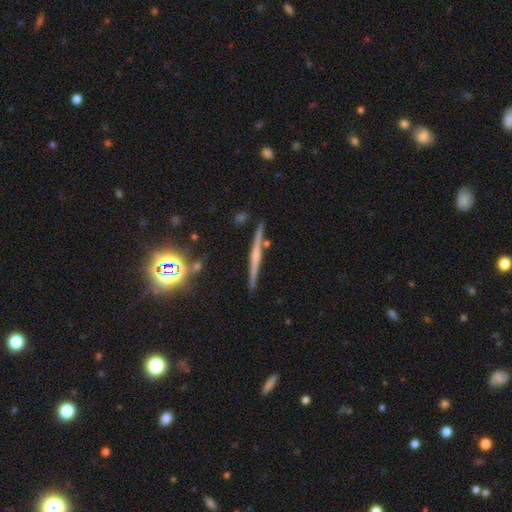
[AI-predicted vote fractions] Q: Smooth or featured?
A: featured or disk (65%); runner-up: smooth (22%)
Q: Edge-on disk?
A: yes (98%); runner-up: no (2%)
Q: Edge-on bulge?
A: rounded (43%); runner-up: none (42%)
Q: Merging?
A: none (89%); runner-up: minor disturbance (7%)